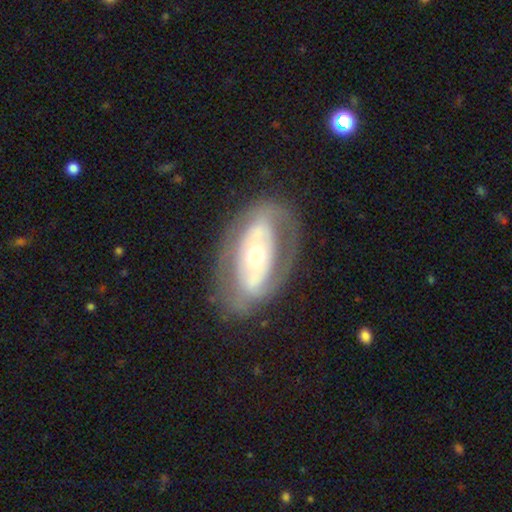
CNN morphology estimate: smooth-or-featured: featured or disk: 72% | smooth: 22% | star or artifact: 5%
  disk-edge-on: no: 92% | yes: 8%
    bar: no: 64% | weak: 19% | strong: 17%
    has-spiral-arms: no: 51% | yes: 49%
    bulge-size: moderate: 57% | small: 33% | large: 8% | dominant: 1% | none: 1%
  merging: none: 72% | minor disturbance: 16% | major disturbance: 10% | merger: 2%